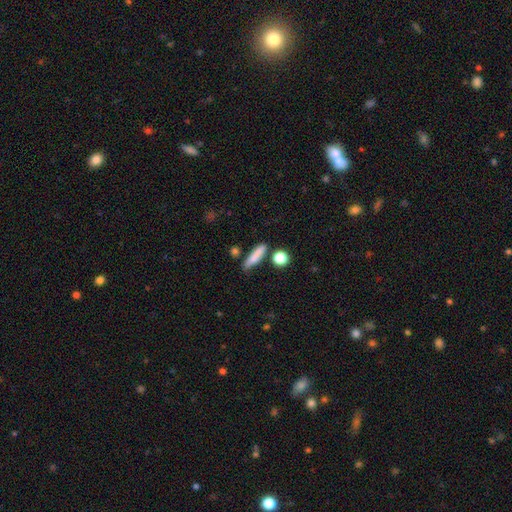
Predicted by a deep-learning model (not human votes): This appears to be a smooth galaxy with no disk features (79%) that is cigar-shaped (71%). Merging: none (73%).